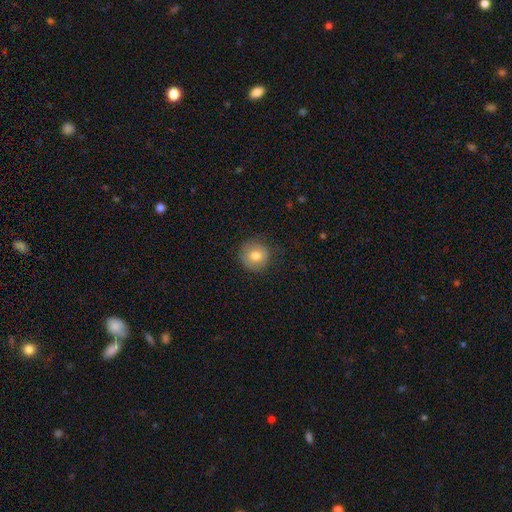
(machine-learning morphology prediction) This appears to be a smooth galaxy with no disk features (79%) that is round (93%). Merging: none (84%).